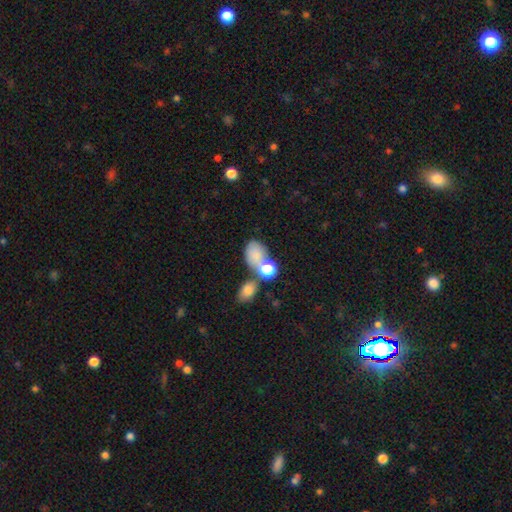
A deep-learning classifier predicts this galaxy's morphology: smooth-or-featured: smooth: 76% | star or artifact: 12% | featured or disk: 12%
  how-rounded: in between: 76% | round: 23% | cigar-shaped: 2%
  merging: merger: 39% | none: 38% | minor disturbance: 14% | major disturbance: 8%